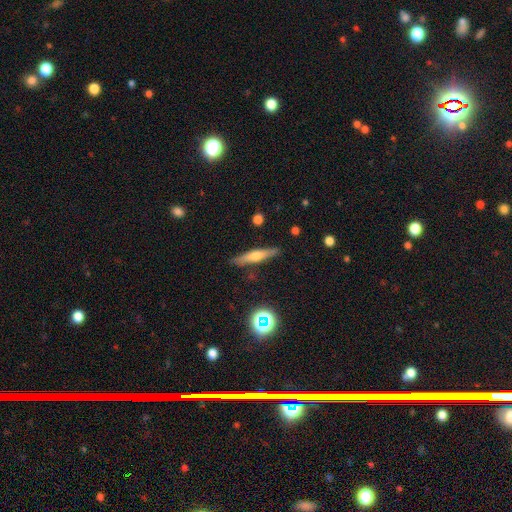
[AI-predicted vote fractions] Smooth or featured? Predicted: featured or disk (p=0.48). Merging? Predicted: none (p=0.87).